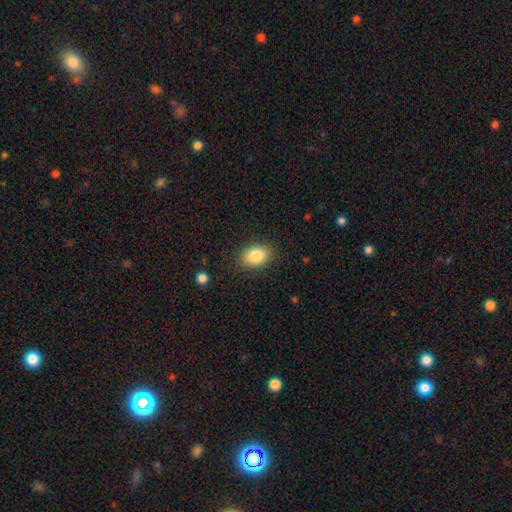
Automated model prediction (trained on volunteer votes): Overall: smooth (85%). How rounded: in between (80%). Merging: none (85%).